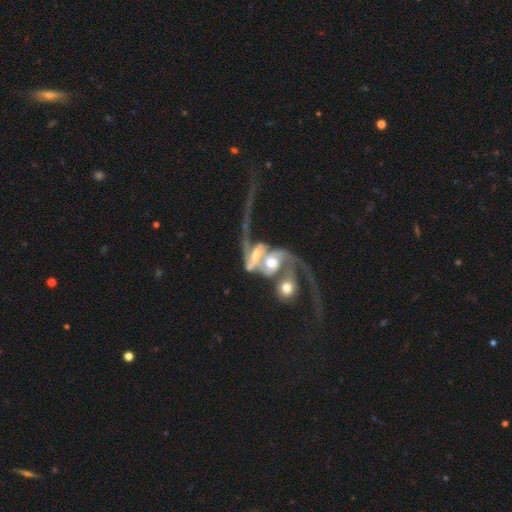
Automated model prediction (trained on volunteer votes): Smooth or featured? featured or disk (76%)
Edge-on disk? no (94%)
Bar? no (48%)
Spiral arms? yes (82%)
Spiral winding? loose (71%)
Spiral arm count? 2 (60%)
Bulge size? moderate (46%)
Merging? merger (72%)